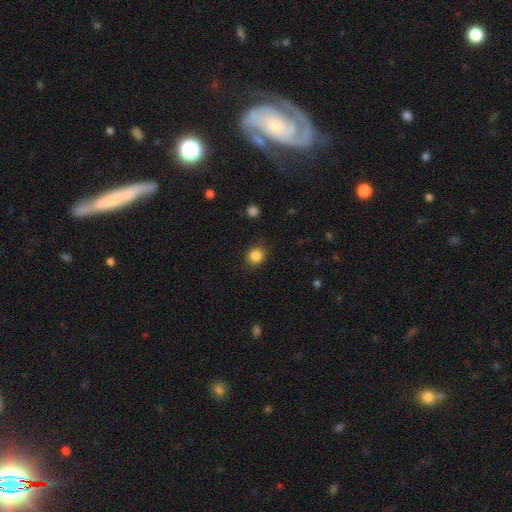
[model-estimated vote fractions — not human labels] A smooth galaxy with no disk features (85%) that is round (81%). Merging: none (84%).